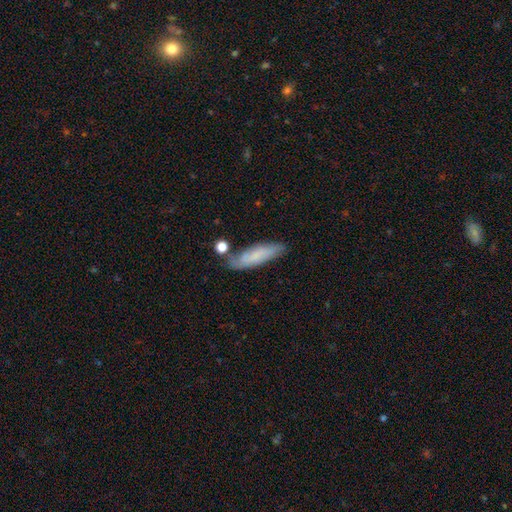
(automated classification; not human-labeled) smooth-or-featured: smooth: 65% | featured or disk: 28% | star or artifact: 7%
  how-rounded: cigar-shaped: 61% | in between: 37% | round: 2%
  merging: none: 67% | minor disturbance: 19% | merger: 8% | major disturbance: 5%